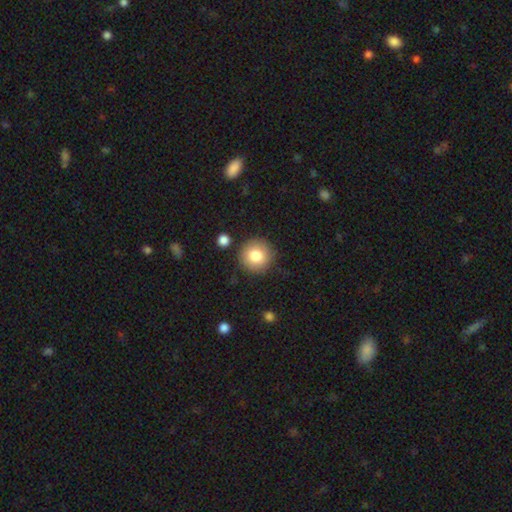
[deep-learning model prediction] Q: Smooth or featured?
A: smooth (81%); runner-up: featured or disk (10%)
Q: How rounded?
A: round (94%); runner-up: in between (5%)
Q: Merging?
A: none (87%); runner-up: minor disturbance (8%)